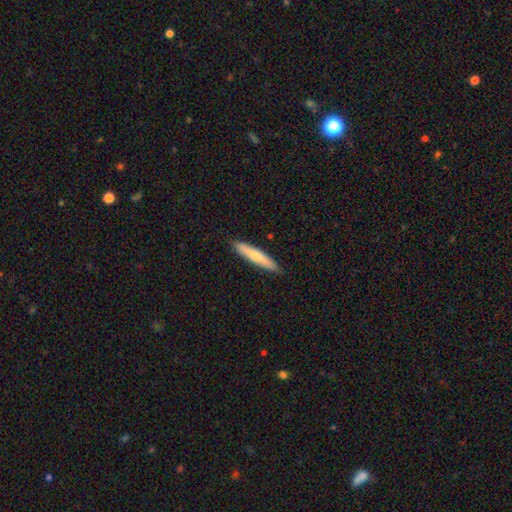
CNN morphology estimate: This is likely a smooth galaxy (71%). How rounded: clearly cigar-shaped (91%). Merging: clearly none (89%).